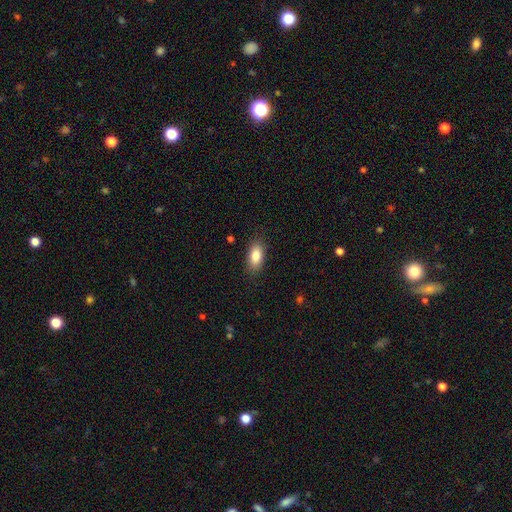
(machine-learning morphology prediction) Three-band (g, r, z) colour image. It shows a smooth galaxy with no disk features (85%) that is in between round and cigar-shaped (90%). Merging: none (85%).